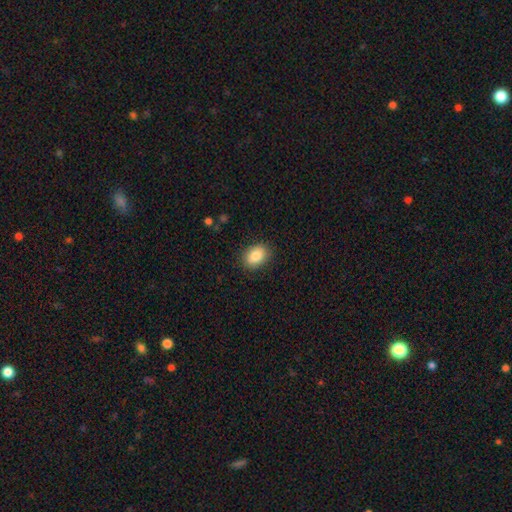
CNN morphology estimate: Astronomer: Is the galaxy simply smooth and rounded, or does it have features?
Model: smooth — 85%.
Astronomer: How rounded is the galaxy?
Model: in between — 82%.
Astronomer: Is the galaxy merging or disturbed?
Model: none — 88%.